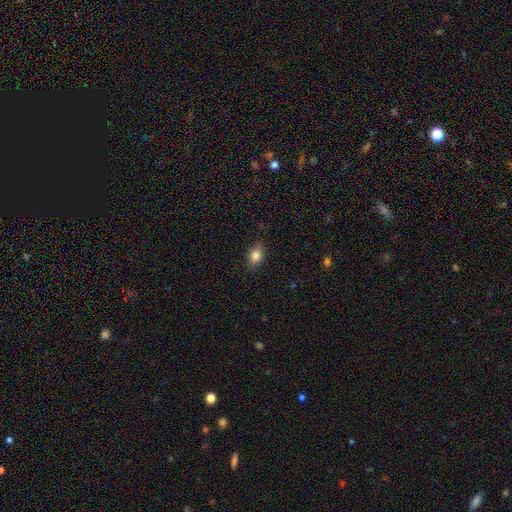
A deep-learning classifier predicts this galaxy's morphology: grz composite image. It shows a smooth galaxy with no disk features (77%) that is in between round and cigar-shaped (79%). Merging: none (82%).